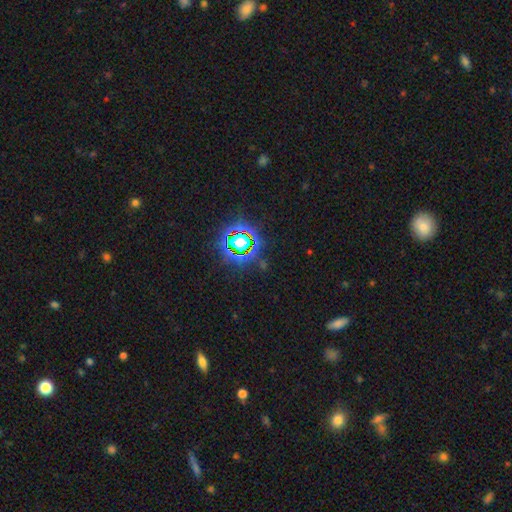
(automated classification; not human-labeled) Smooth or featured?
  - star or artifact: 79% *
  - smooth: 14%
  - featured or disk: 7%